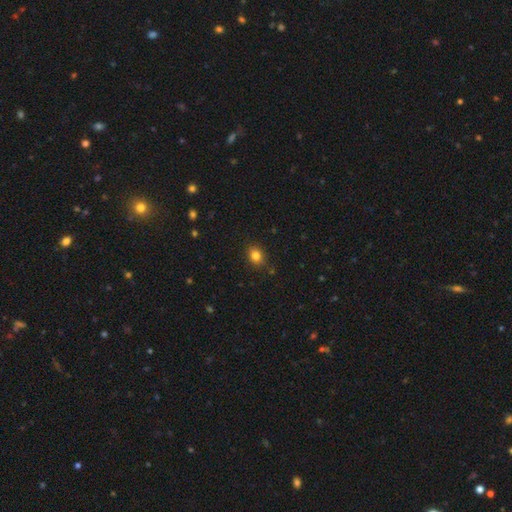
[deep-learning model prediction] Morphology: type=smooth (83%); roundness=round (51%); merging=none (88%).